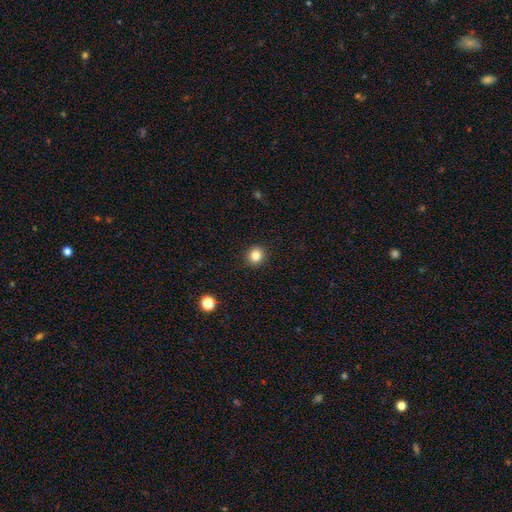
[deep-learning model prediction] A smooth galaxy with no disk features (84%) that is round (88%). Merging: none (92%).